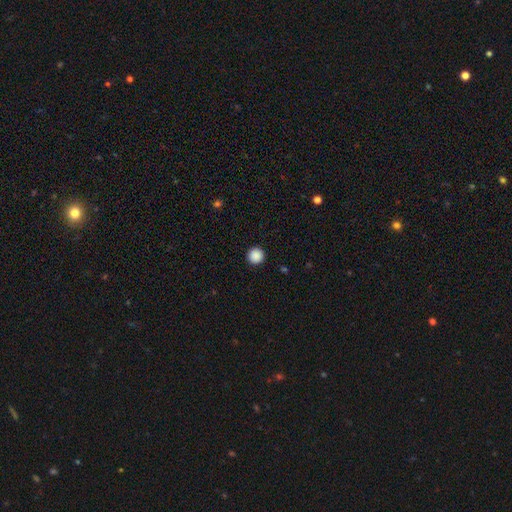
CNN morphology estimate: smooth 89%, star or artifact 9%, featured or disk 2%. Down the decision tree: how rounded — round (96%); merging — none (93%).